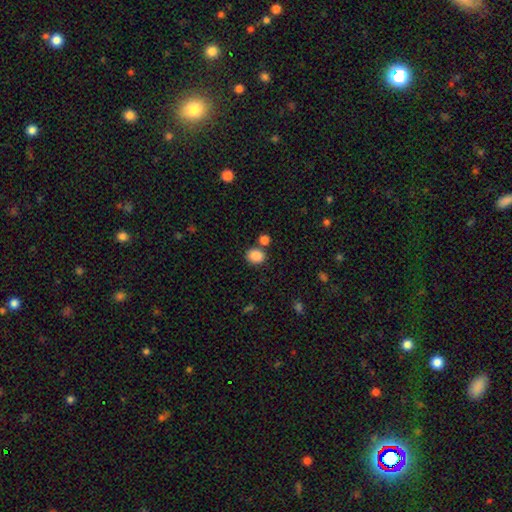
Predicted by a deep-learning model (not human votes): A smooth galaxy with no disk features (87%) that is round (55%).

Vote fractions:
- Smooth or featured? smooth: 87% / star or artifact: 9% / featured or disk: 4%
- How rounded? round: 55% / in between: 44% / cigar-shaped: 1%
- Merging? none: 72% / merger: 14% / minor disturbance: 11% / major disturbance: 3%